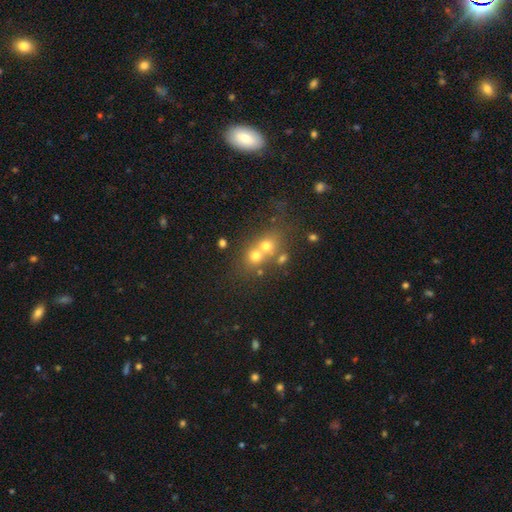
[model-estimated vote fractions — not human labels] Smooth or featured? Predicted: smooth (p=0.63). How rounded? Predicted: round (p=0.75). Merging? Predicted: merger (p=0.56).